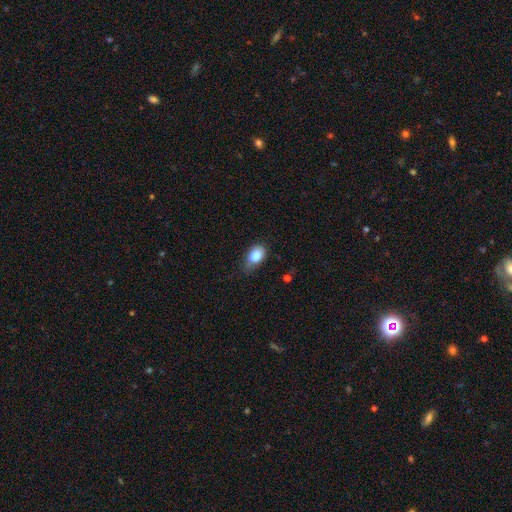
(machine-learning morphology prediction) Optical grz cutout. It shows a smooth galaxy with no disk features (84%) that is in between round and cigar-shaped (86%). Merging: none (51%).